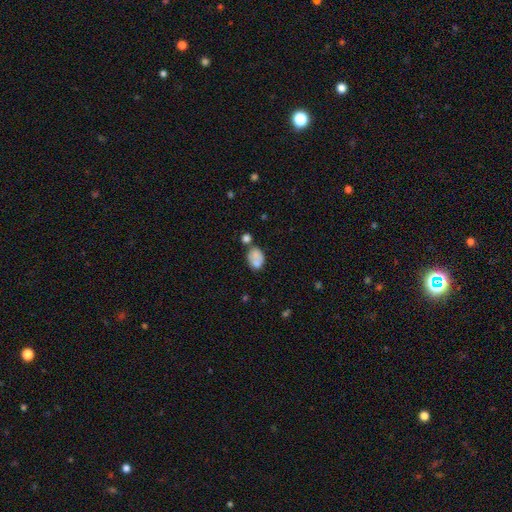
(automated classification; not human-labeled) Smooth or featured: smooth — 74% (featured or disk — 17%)
How rounded: in between — 72% (round — 26%)
Merging: none — 42% (merger — 33%)